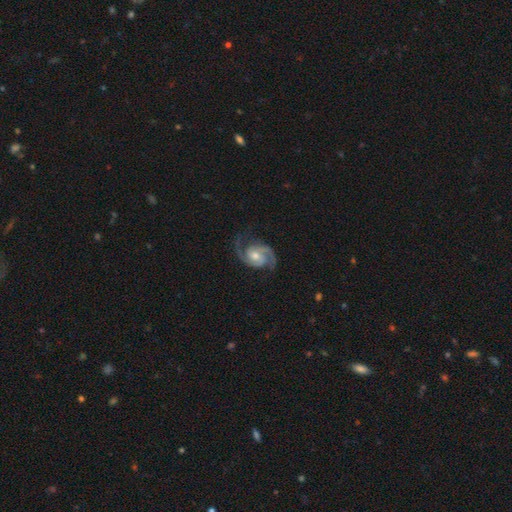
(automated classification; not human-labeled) This appears to be a featured or disk galaxy (92%) with no bar (62%), 2 (92%) medium (56%) spiral arms (98%) and a moderate central bulge (64%). Merging: none (77%).